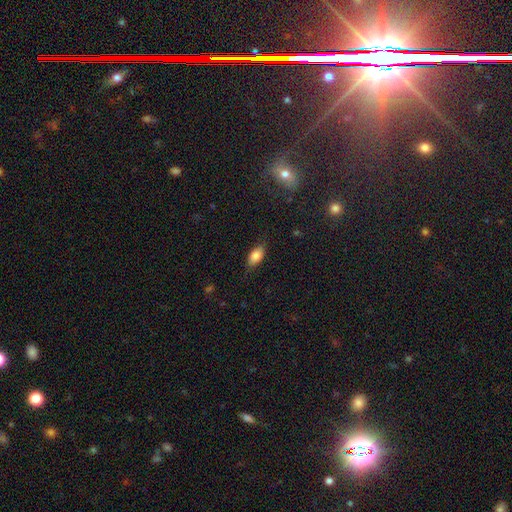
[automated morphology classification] smooth_or_featured: smooth (p=0.82) [alt: featured or disk p=0.10]
how_rounded: in between (p=0.89) [alt: cigar-shaped p=0.05]
merging: none (p=0.78) [alt: minor disturbance p=0.17]